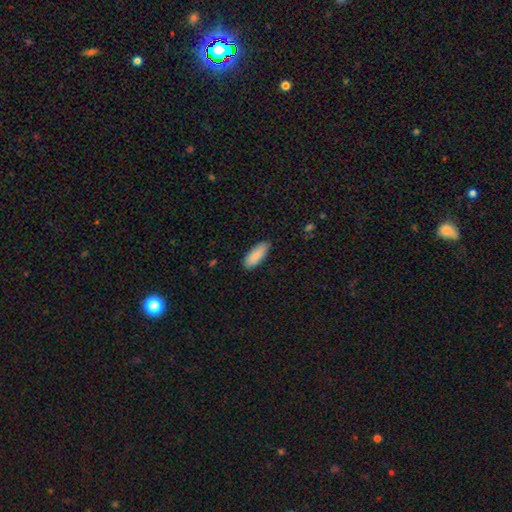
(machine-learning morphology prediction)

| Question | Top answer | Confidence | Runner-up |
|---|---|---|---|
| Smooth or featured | smooth | 90% | star or artifact (5%) |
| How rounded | in between | 74% | cigar-shaped (25%) |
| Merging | none | 87% | minor disturbance (10%) |